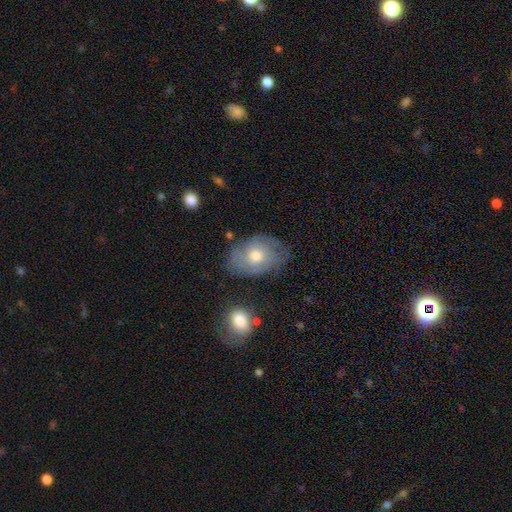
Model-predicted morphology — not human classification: A smooth galaxy with no disk features (49%).

Vote fractions:
- Smooth or featured? smooth: 49% / featured or disk: 44% / star or artifact: 8%
- Merging? none: 66% / minor disturbance: 23% / major disturbance: 8% / merger: 3%